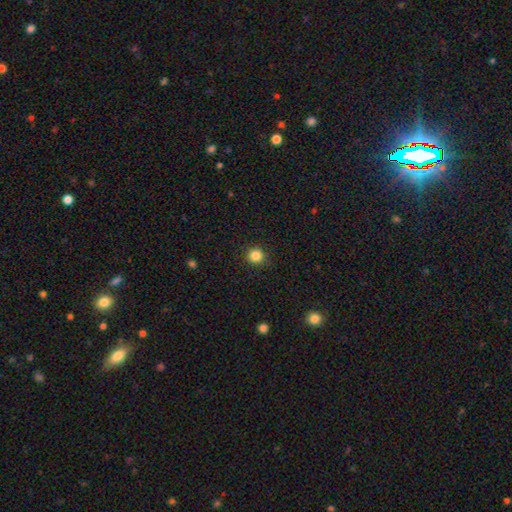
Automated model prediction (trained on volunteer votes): A smooth galaxy with no disk features (85%) that is round (92%).

Vote fractions:
- Smooth or featured? smooth: 85% / star or artifact: 12% / featured or disk: 4%
- How rounded? round: 92% / in between: 7% / cigar-shaped: 1%
- Merging? none: 90% / minor disturbance: 7% / major disturbance: 2% / merger: 1%